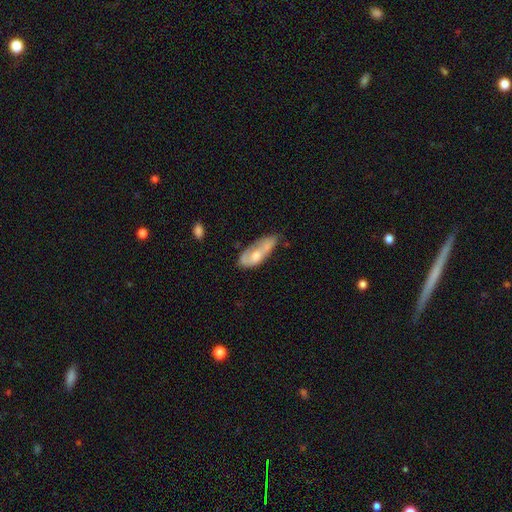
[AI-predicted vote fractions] This appears to be a smooth galaxy with no disk features (47%). Merging: minor disturbance (36%).